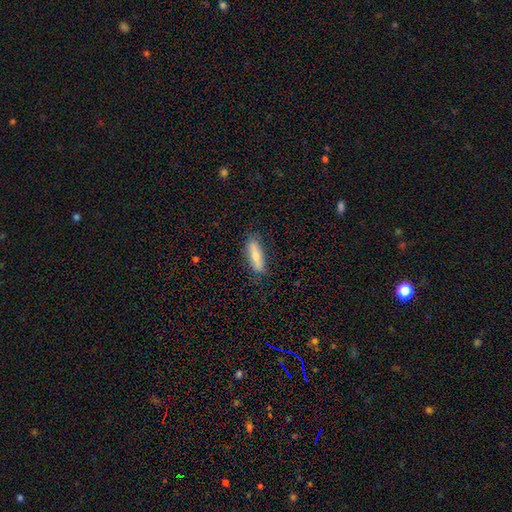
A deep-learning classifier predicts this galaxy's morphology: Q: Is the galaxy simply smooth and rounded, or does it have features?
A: smooth — 76%.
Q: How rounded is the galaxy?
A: cigar-shaped — 60%.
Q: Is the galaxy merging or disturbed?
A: none — 84%.